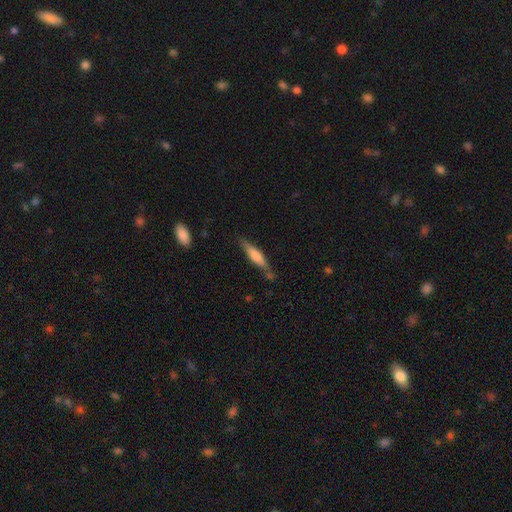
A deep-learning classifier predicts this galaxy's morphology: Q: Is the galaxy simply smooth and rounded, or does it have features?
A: smooth — 56%.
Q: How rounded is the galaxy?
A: cigar-shaped — 79%.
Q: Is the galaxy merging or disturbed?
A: none — 69%.